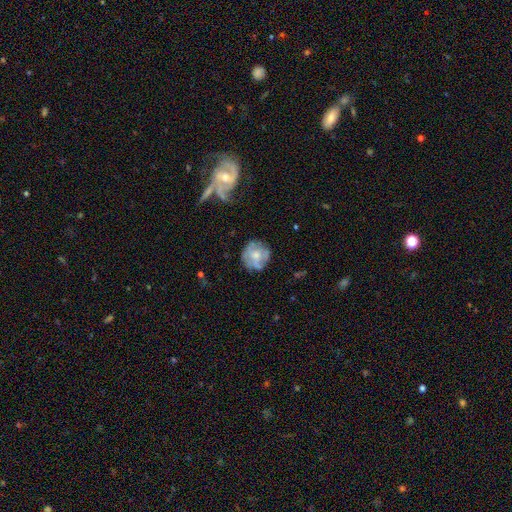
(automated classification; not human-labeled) featured or disk 47%, smooth 44%, star or artifact 9%. Down the decision tree: merging — none (68%).